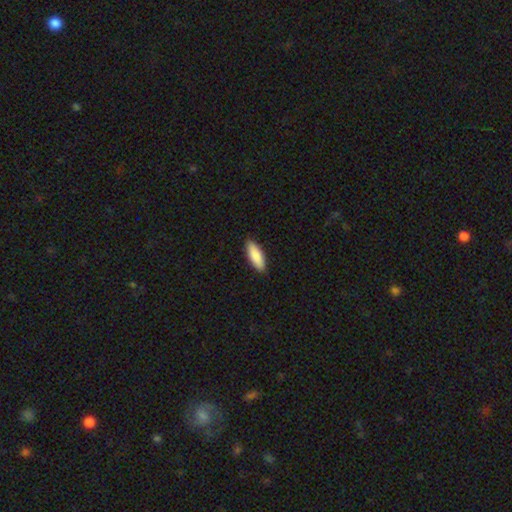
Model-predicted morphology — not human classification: Smooth or featured? Predicted: smooth (p=0.86). How rounded? Predicted: in between (p=0.60). Merging? Predicted: none (p=0.90).